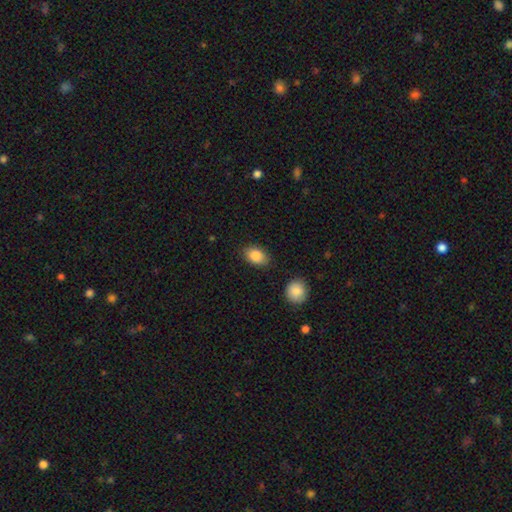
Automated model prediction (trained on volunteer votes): smooth_or_featured: smooth (p=0.86) [alt: star or artifact p=0.08]
how_rounded: in between (p=0.82) [alt: round p=0.17]
merging: none (p=0.84) [alt: minor disturbance p=0.11]